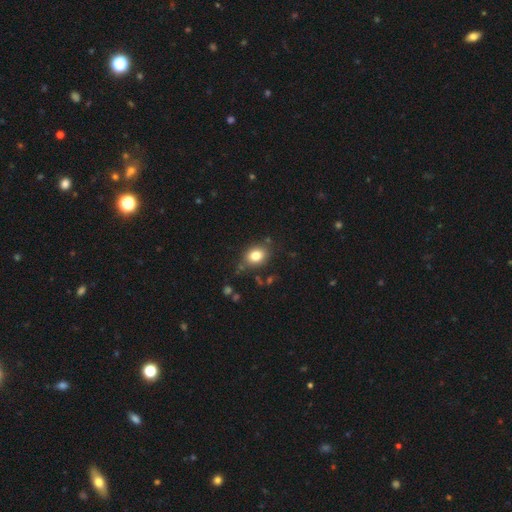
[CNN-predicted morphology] Smooth or featured? smooth (81%)
How rounded? in between (54%)
Merging? none (81%)